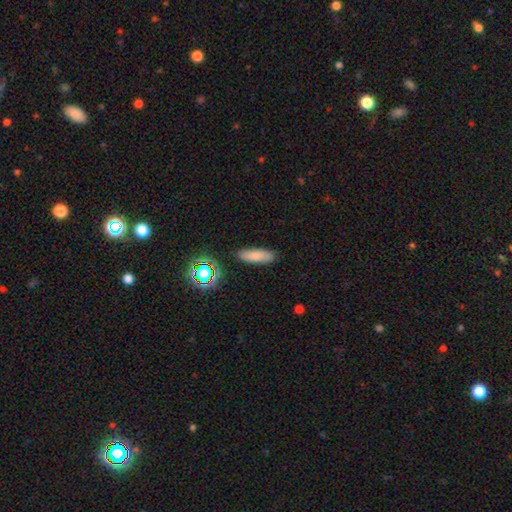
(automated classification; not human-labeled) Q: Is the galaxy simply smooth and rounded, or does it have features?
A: smooth — 78%.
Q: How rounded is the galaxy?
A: cigar-shaped — 50%.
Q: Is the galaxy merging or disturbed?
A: none — 84%.